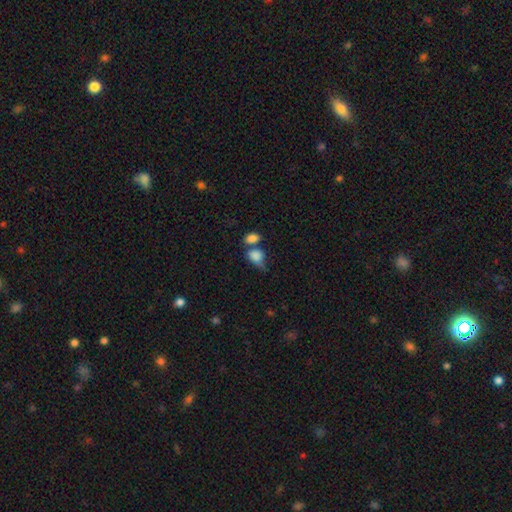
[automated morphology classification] Smooth or featured? smooth (82%)
How rounded? in between (66%)
Merging? merger (42%)